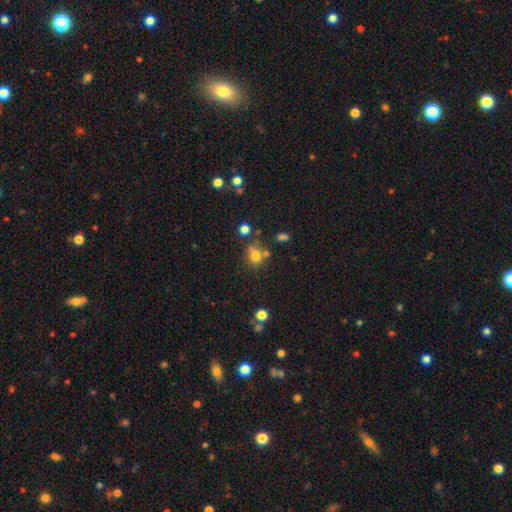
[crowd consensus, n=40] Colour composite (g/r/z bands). It shows a smooth galaxy with no disk features (85%) that is round (59%). Merging: none (47%).